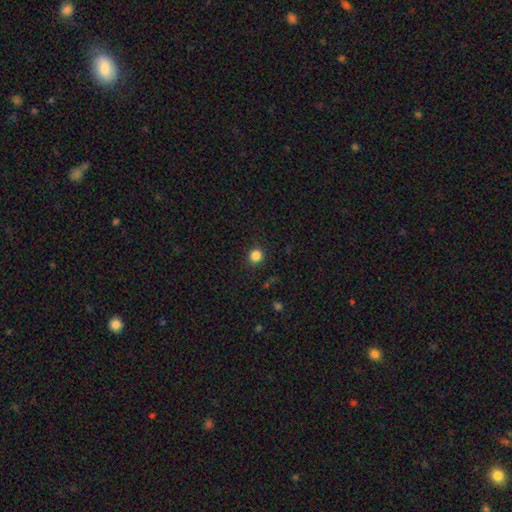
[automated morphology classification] This appears to be a smooth galaxy with no disk features (85%) that is round (91%). Merging: none (91%).